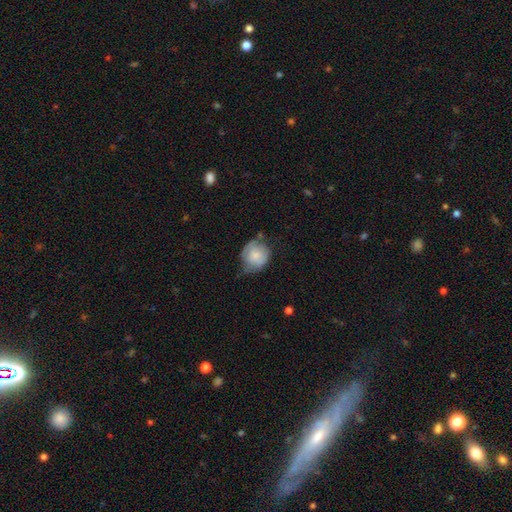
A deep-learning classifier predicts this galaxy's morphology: smooth_or_featured: smooth (p=0.59) [alt: featured or disk p=0.34]
how_rounded: round (p=0.80) [alt: in between p=0.19]
merging: none (p=0.40) [tied with: minor disturbance p=0.40]